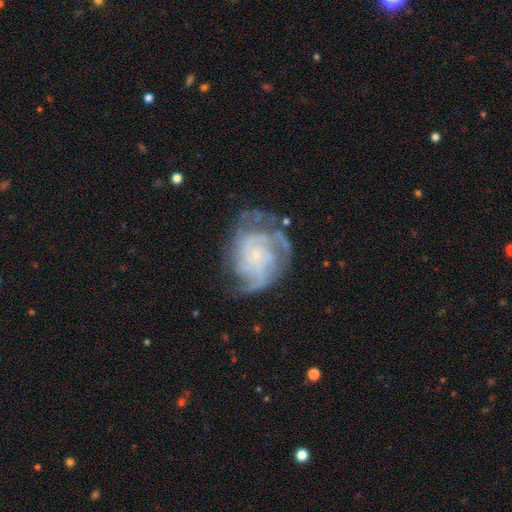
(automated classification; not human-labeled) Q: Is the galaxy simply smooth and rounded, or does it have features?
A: featured or disk — 85%.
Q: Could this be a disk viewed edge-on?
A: no — 98%.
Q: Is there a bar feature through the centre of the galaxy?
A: no — 76%.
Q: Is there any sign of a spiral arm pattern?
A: yes — 95%.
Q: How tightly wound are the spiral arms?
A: tight — 52%.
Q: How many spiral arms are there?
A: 3 — 27%.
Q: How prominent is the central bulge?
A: small — 80%.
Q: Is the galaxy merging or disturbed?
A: none — 63%.